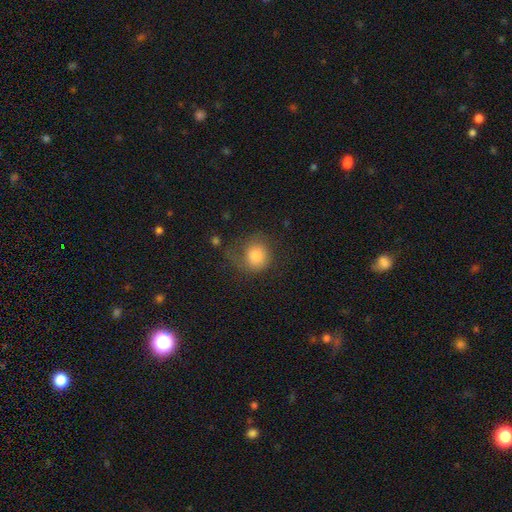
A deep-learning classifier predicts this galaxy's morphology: smooth 80%, featured or disk 12%, star or artifact 9%. Down the decision tree: how rounded — round (83%); merging — none (49%).